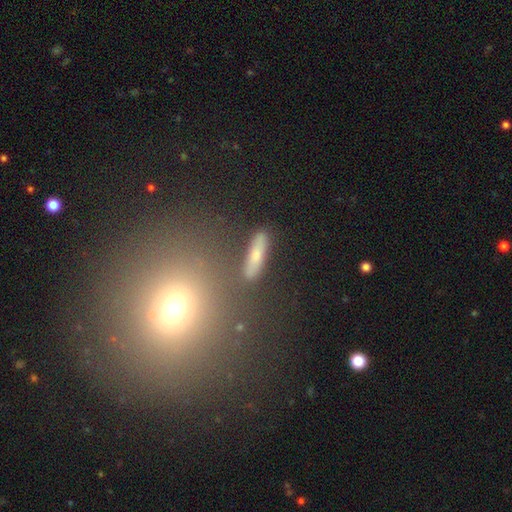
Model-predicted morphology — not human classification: Overall: smooth (63%; featured or disk 24%). How rounded: cigar-shaped (67%). Merging: none (81%).